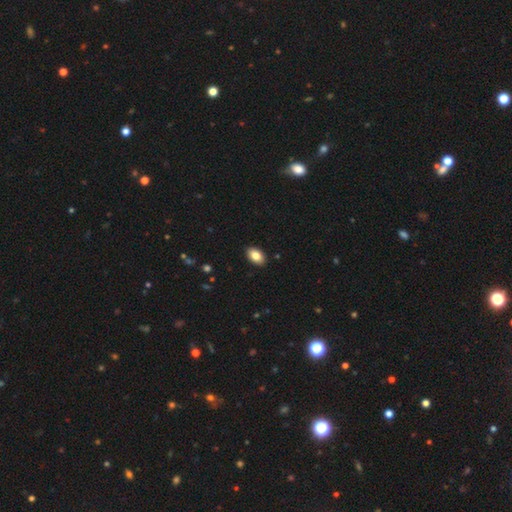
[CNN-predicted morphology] A smooth galaxy with no disk features (84%) that is in between round and cigar-shaped (91%). Merging: none (90%).